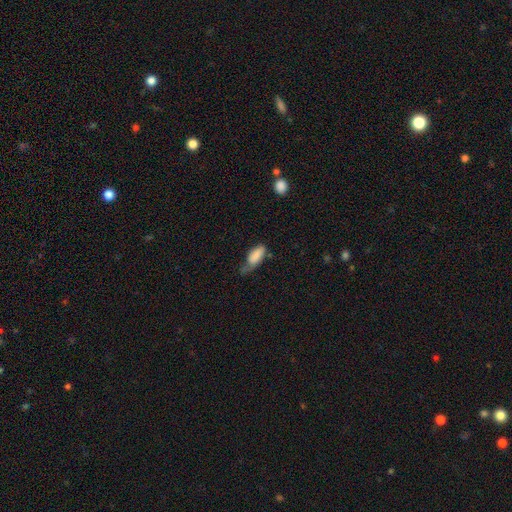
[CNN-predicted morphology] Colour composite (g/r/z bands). It shows a smooth galaxy with no disk features (82%) that is in between round and cigar-shaped (86%). Merging: minor disturbance (40%).